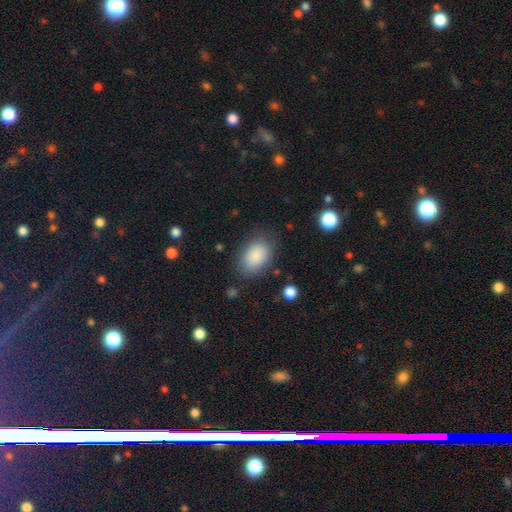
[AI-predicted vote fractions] Smooth or featured?
  - smooth: 86% *
  - star or artifact: 7%
  - featured or disk: 6%
How rounded?
  - in between: 85% *
  - round: 14%
  - cigar-shaped: 1%
Merging?
  - none: 75% *
  - minor disturbance: 17%
  - major disturbance: 7%
  - merger: 2%